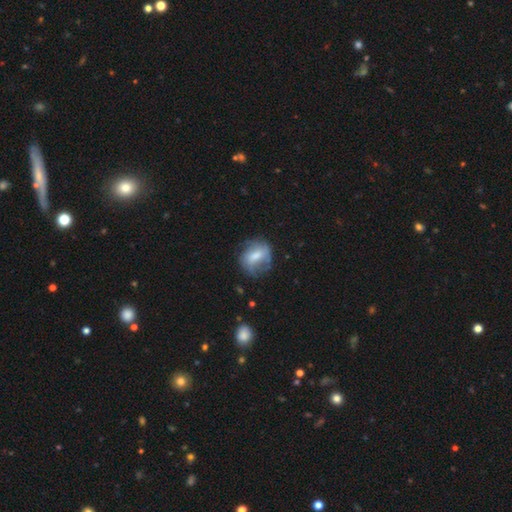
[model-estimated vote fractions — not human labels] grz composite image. It shows a smooth galaxy with no disk features (48%). Merging: none (58%).